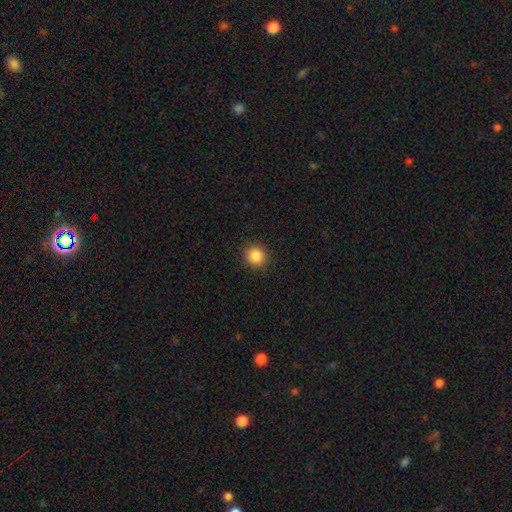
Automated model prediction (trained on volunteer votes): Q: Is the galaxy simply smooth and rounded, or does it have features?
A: smooth — 86%.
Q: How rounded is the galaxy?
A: round — 87%.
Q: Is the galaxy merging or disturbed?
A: none — 90%.